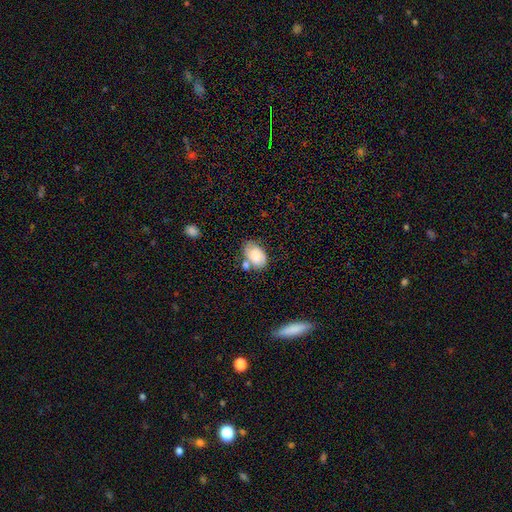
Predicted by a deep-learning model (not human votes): Q: Smooth or featured?
A: smooth (63%); runner-up: featured or disk (29%)
Q: How rounded?
A: in between (88%); runner-up: round (11%)
Q: Merging?
A: none (49%); runner-up: minor disturbance (24%)